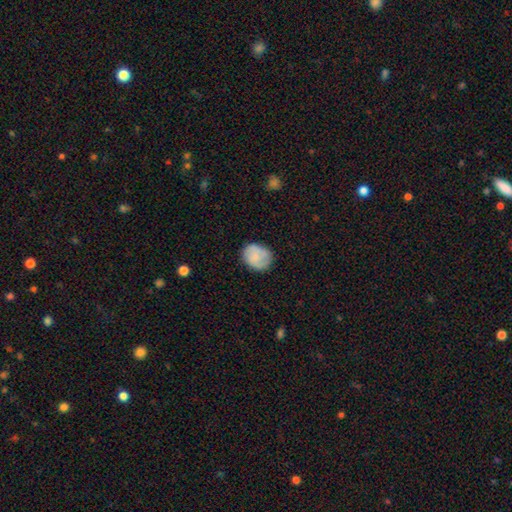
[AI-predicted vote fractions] Q: Smooth or featured?
A: smooth (73%); runner-up: featured or disk (20%)
Q: How rounded?
A: round (65%); runner-up: in between (34%)
Q: Merging?
A: none (75%); runner-up: minor disturbance (18%)